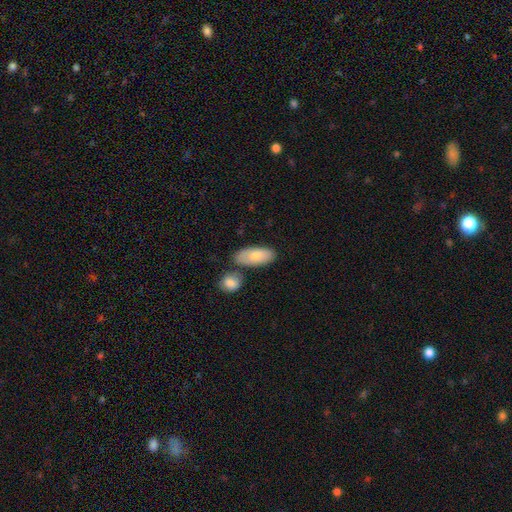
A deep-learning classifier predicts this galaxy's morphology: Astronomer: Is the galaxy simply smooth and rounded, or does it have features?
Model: smooth — 77%.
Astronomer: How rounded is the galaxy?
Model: in between — 89%.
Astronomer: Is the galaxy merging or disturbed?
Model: none — 64%.